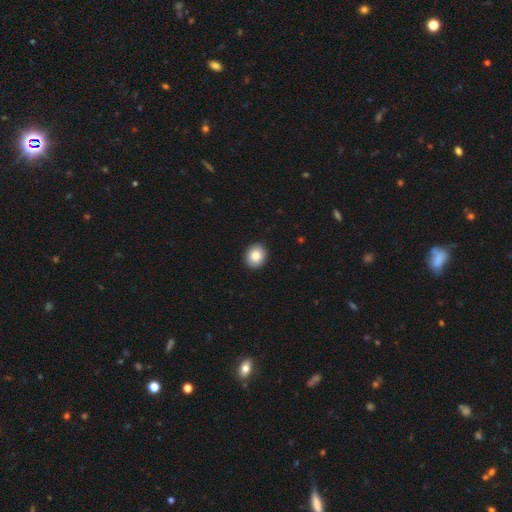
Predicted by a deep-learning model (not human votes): smooth 85%, star or artifact 8%, featured or disk 7%. Down the decision tree: how rounded — round (71%); merging — none (92%).